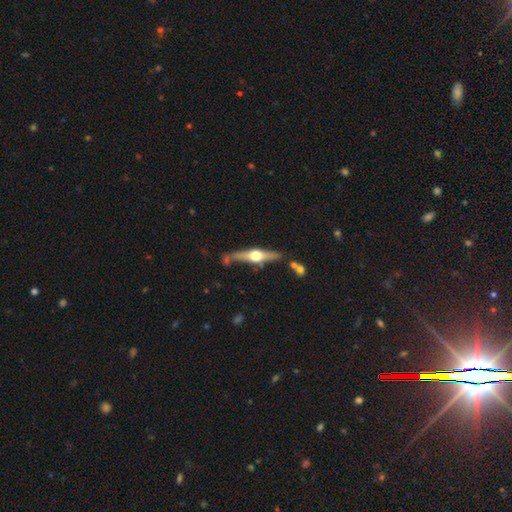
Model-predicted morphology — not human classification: The model was most divided on "smooth or featured": featured or disk: 77%, smooth: 18%, star or artifact: 5%. More confident: edge-on disk — yes (96%); edge-on bulge — rounded (96%); merging — none (74%).